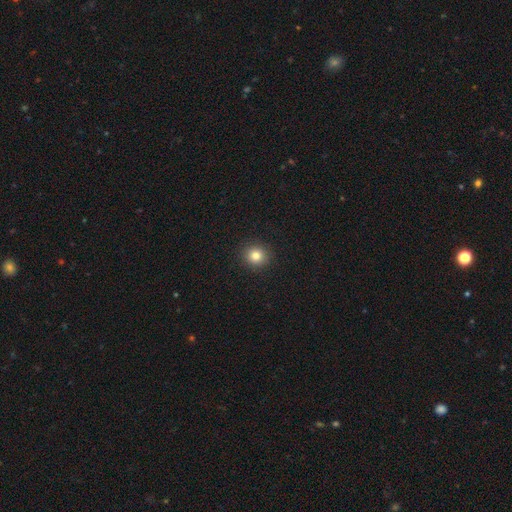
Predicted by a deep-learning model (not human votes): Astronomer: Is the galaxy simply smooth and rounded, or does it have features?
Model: smooth — 82%.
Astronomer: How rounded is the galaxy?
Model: round — 89%.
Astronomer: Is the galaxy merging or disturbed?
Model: none — 92%.